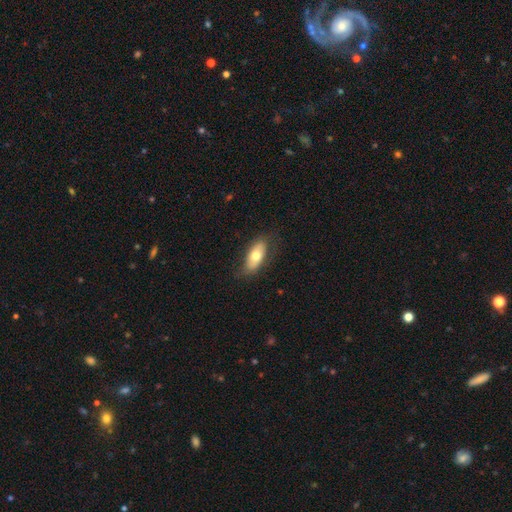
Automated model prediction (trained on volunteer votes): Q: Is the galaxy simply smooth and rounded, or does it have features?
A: smooth — 67%.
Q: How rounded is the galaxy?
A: in between — 85%.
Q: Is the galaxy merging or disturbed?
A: none — 78%.